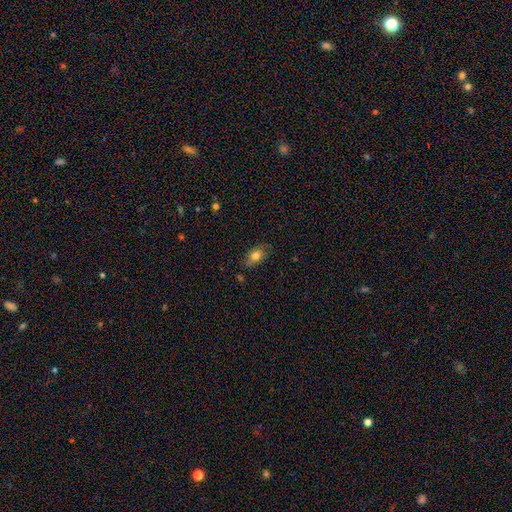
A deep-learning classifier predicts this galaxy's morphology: This appears to be a smooth galaxy with no disk features (78%) that is in between round and cigar-shaped (79%). Merging: none (69%).